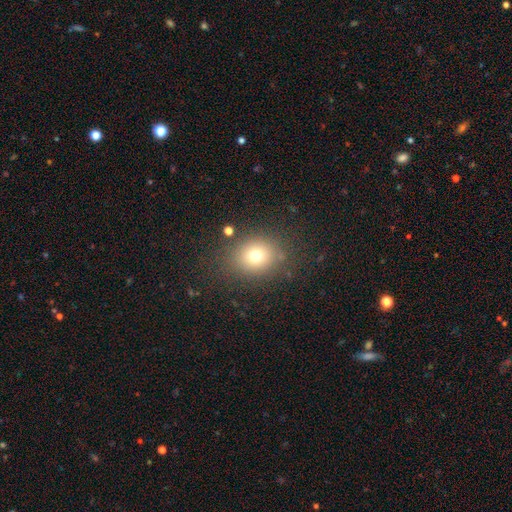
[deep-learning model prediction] Smooth or featured? smooth (72%)
How rounded? round (64%)
Merging? none (82%)